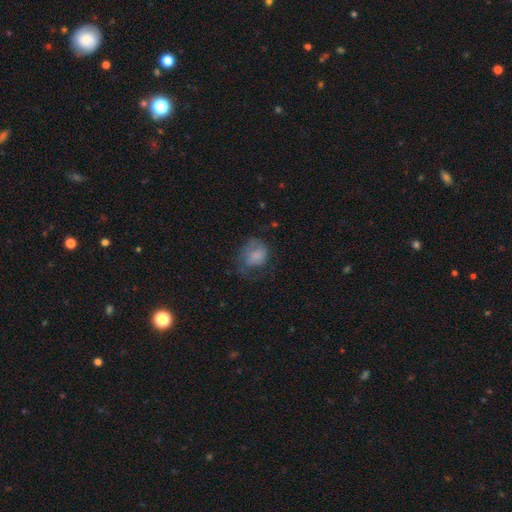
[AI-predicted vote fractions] smooth-or-featured: smooth: 69% | featured or disk: 21% | star or artifact: 10%
  how-rounded: round: 51% | in between: 48% | cigar-shaped: 1%
  merging: none: 39% | major disturbance: 31% | minor disturbance: 29% | merger: 2%